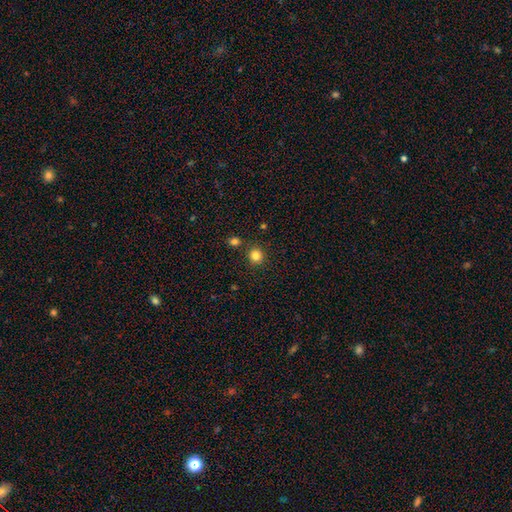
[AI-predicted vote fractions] This appears to be a smooth galaxy with no disk features (82%) that is round (90%). Merging: none (87%).